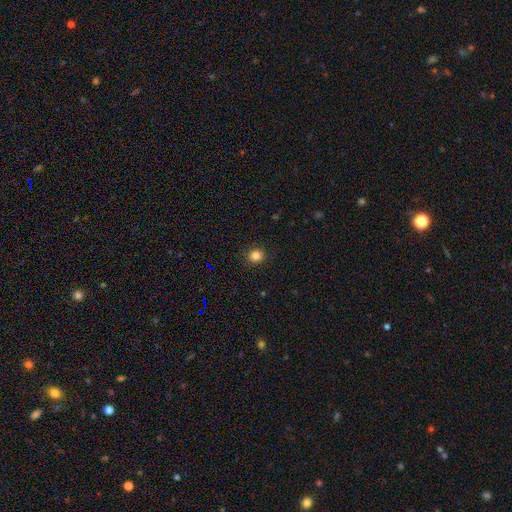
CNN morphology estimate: A smooth galaxy with no disk features (83%) that is round (89%). Merging: none (90%).